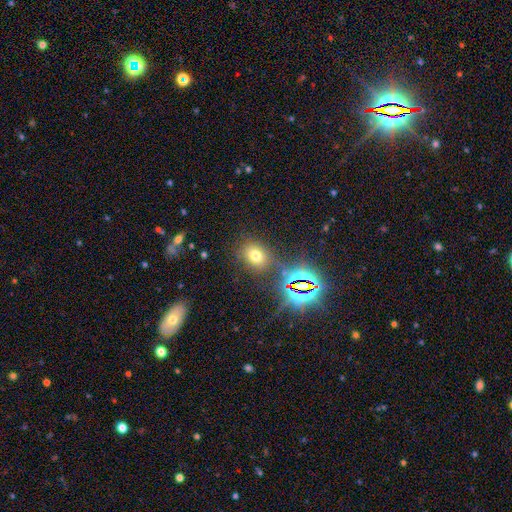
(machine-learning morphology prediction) This appears to be a smooth galaxy with no disk features (62%) that is in between round and cigar-shaped (51%). Merging: none (77%).